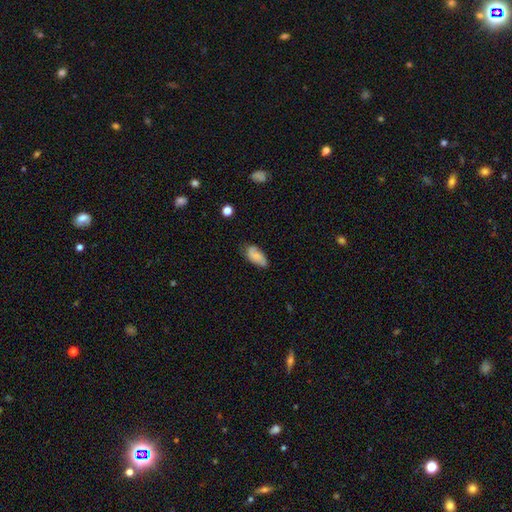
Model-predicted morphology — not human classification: Smooth or featured?
  - smooth: 62% *
  - featured or disk: 30%
  - star or artifact: 8%
How rounded?
  - in between: 90% *
  - cigar-shaped: 7%
  - round: 3%
Merging?
  - none: 68% *
  - minor disturbance: 24%
  - major disturbance: 6%
  - merger: 2%